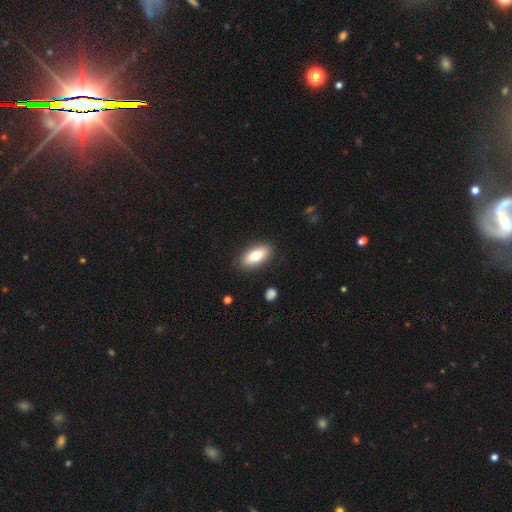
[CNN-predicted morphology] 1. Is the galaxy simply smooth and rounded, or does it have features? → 79% smooth, 15% featured or disk, 7% star or artifact.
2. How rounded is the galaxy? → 89% in between, 8% cigar-shaped, 3% round.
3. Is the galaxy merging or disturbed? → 88% none, 9% minor disturbance, 2% major disturbance, 1% merger.